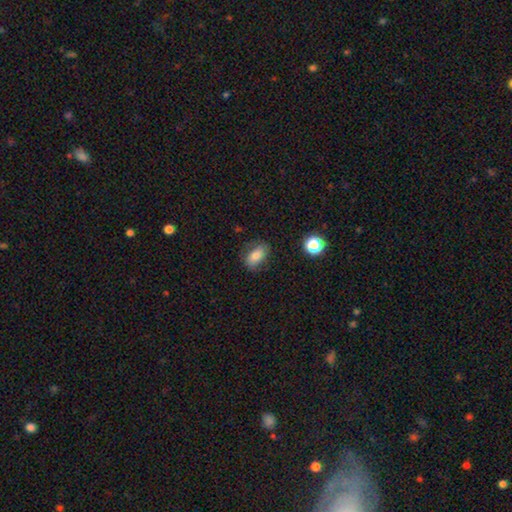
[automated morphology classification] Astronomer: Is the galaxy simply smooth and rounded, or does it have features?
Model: smooth — 71%.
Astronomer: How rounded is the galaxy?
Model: in between — 84%.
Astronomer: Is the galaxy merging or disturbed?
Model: none — 73%.